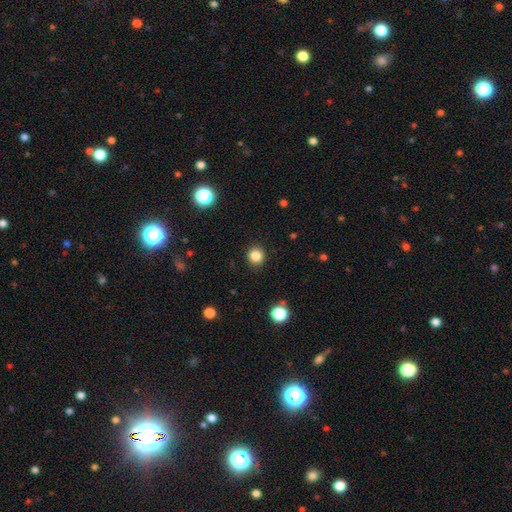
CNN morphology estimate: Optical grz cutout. It shows a smooth galaxy with no disk features (84%) that is round (90%). Merging: none (91%).